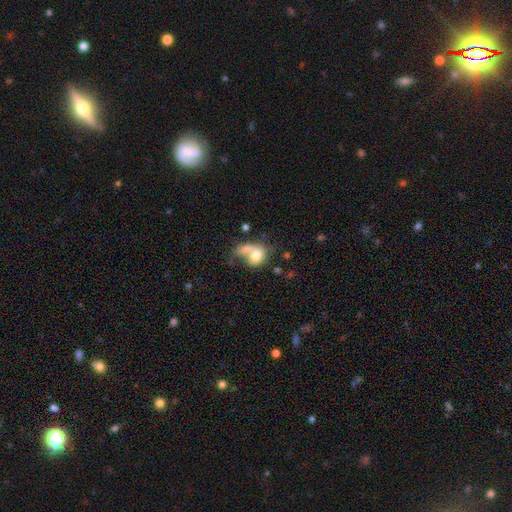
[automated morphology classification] Smooth or featured? smooth (71%)
How rounded? in between (54%)
Merging? merger (51%)